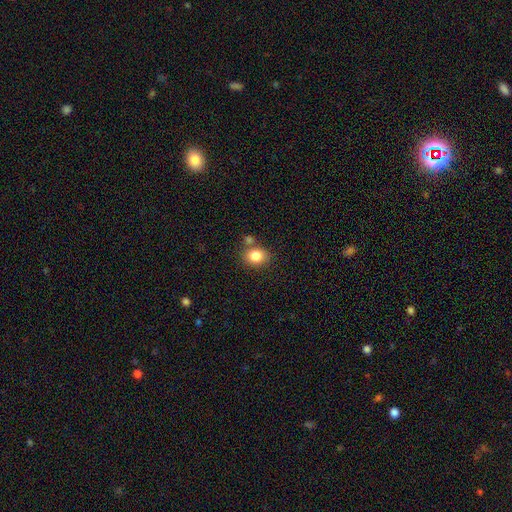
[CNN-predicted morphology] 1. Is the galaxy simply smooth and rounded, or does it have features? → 83% smooth, 10% star or artifact, 7% featured or disk.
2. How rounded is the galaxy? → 55% round, 44% in between, 1% cigar-shaped.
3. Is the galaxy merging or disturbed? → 67% none, 17% merger, 12% minor disturbance, 4% major disturbance.